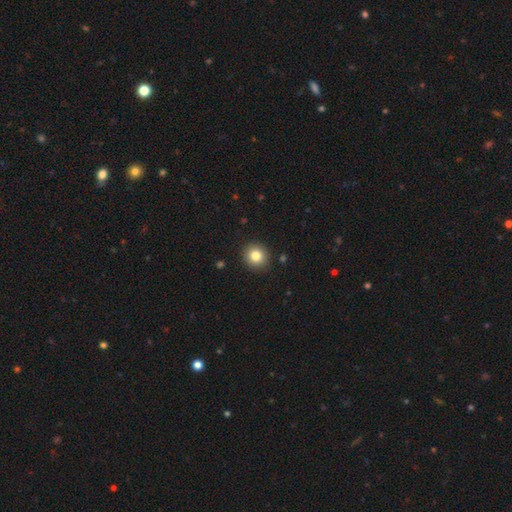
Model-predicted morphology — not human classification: A smooth galaxy with no disk features (83%) that is round (88%). Merging: none (91%).